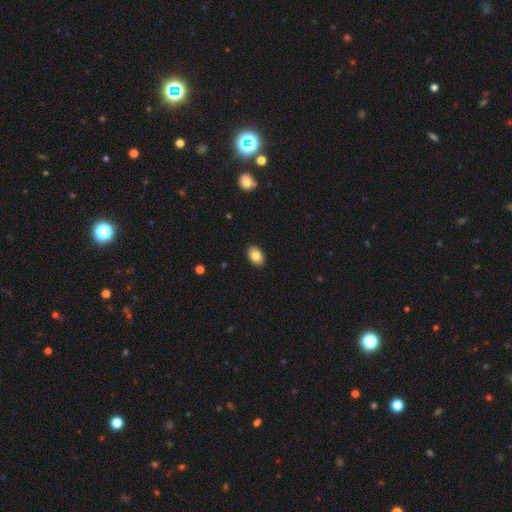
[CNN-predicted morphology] Smooth or featured: smooth — 84% (star or artifact — 8%)
How rounded: in between — 85% (round — 14%)
Merging: none — 91% (minor disturbance — 7%)